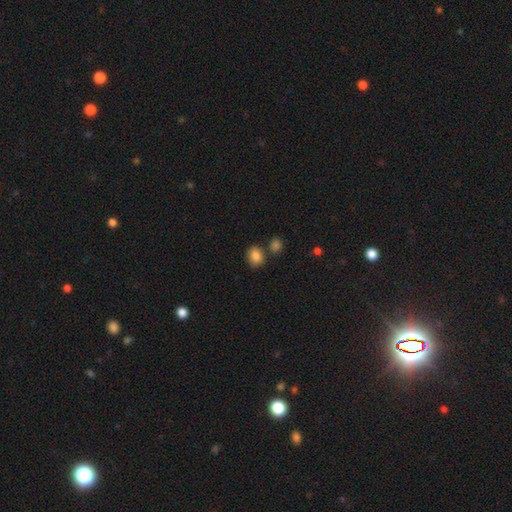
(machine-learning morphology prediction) This appears to be a smooth galaxy with no disk features (85%) that is in between round and cigar-shaped (61%). Merging: none (71%).